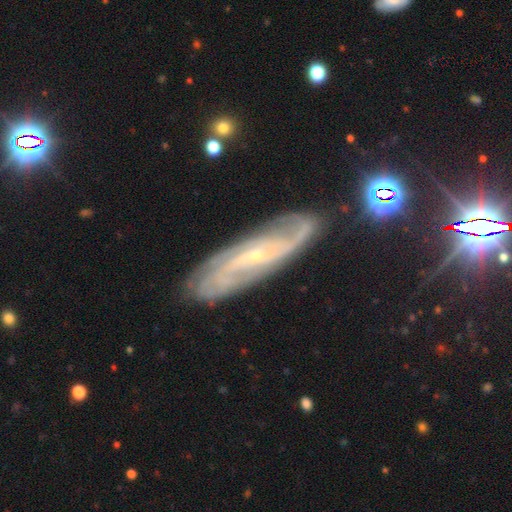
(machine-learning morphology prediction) Smooth or featured: featured or disk — 84% (smooth — 9%)
Edge-on disk: no — 82% (yes — 18%)
Bar: no — 40% (weak — 39%)
Spiral arms: yes — 96% (no — 4%)
Spiral winding: tight — 42% (medium — 39%)
Spiral arm count: 2 — 44% (can't tell — 28%)
Bulge size: small — 83% (moderate — 12%)
Merging: none — 79% (minor disturbance — 15%)